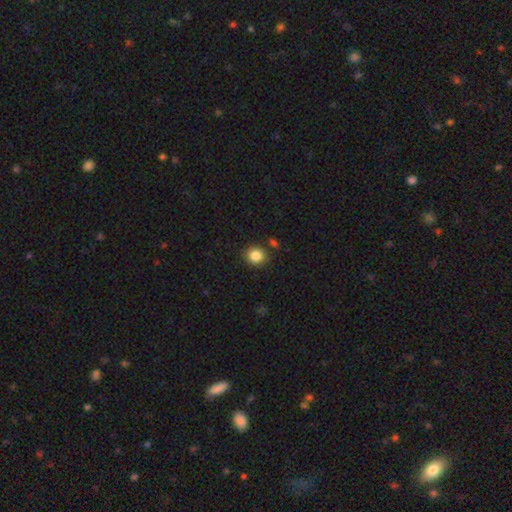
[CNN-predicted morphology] The model was most divided on "how rounded": round: 83%, in between: 16%, cigar-shaped: 1%. More confident: smooth or featured — smooth (86%); merging — none (84%).